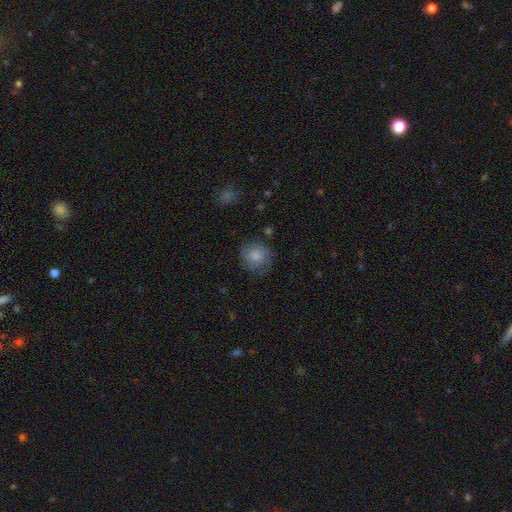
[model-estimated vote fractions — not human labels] A smooth galaxy with no disk features (73%) that is round (90%). Merging: none (69%).